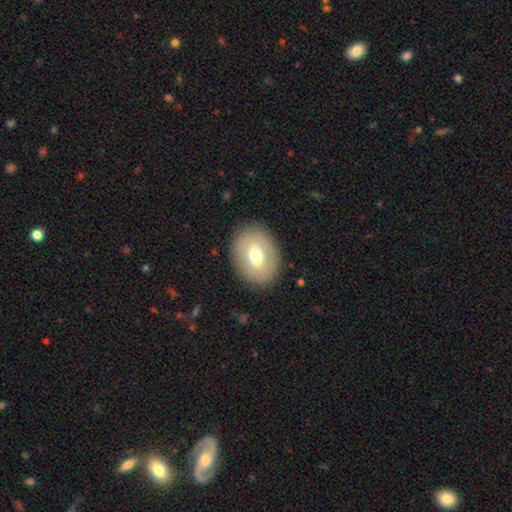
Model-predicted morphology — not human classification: Smooth or featured: smooth — 54% (featured or disk — 38%)
How rounded: in between — 65% (round — 34%)
Merging: none — 85% (minor disturbance — 10%)